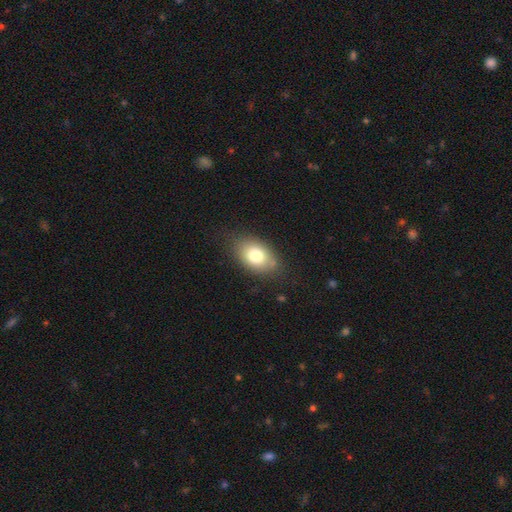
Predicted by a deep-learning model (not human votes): This appears to be a smooth galaxy with no disk features (77%) that is in between round and cigar-shaped (83%). Merging: none (78%).